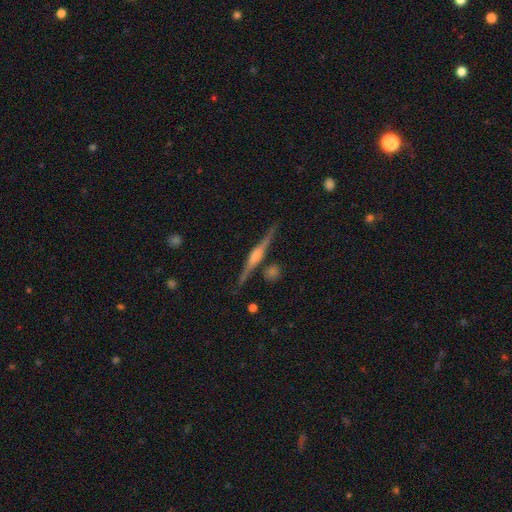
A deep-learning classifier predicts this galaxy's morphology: smooth-or-featured: featured or disk: 82% | smooth: 12% | star or artifact: 6%
  disk-edge-on: yes: 98% | no: 2%
    edge-on-bulge: rounded: 65% | boxy: 25% | none: 10%
  merging: none: 85% | minor disturbance: 9% | merger: 4% | major disturbance: 2%